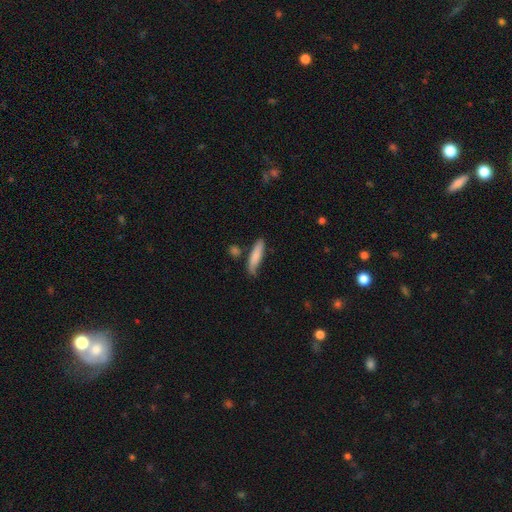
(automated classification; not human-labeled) smooth 80%, featured or disk 15%, star or artifact 6%. Down the decision tree: how rounded — cigar-shaped (76%); merging — none (68%).